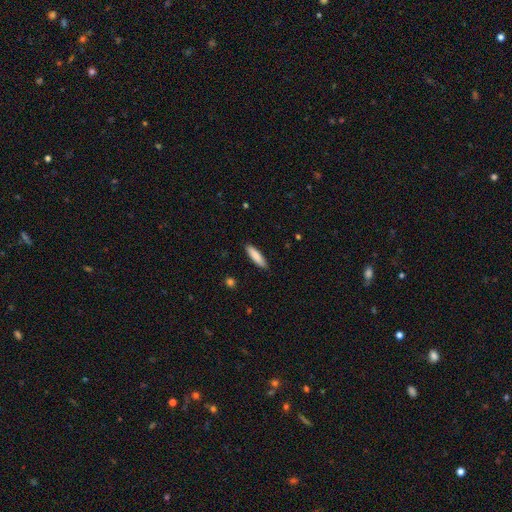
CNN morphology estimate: smooth 86%, featured or disk 8%, star or artifact 6%. Down the decision tree: how rounded — cigar-shaped (71%); merging — none (89%).